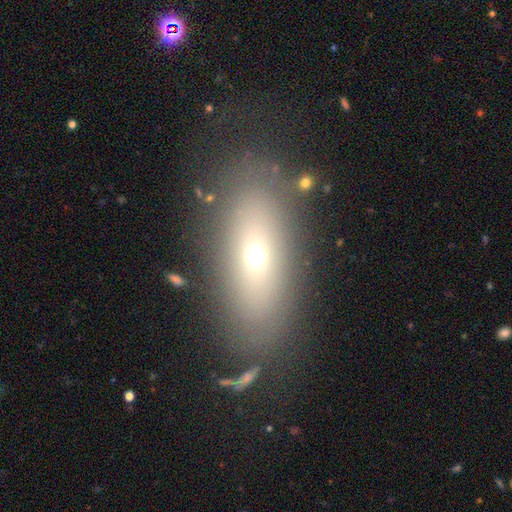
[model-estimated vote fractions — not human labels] smooth-or-featured: smooth: 59% | featured or disk: 27% | star or artifact: 14%
  how-rounded: in between: 71% | cigar-shaped: 21% | round: 8%
  merging: none: 76% | minor disturbance: 12% | major disturbance: 8% | merger: 4%